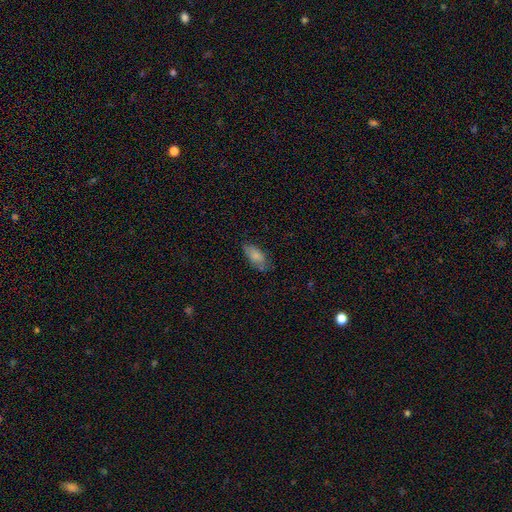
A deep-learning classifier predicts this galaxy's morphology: The model was most divided on "merging": none: 63%, minor disturbance: 27%, major disturbance: 7%, merger: 3%. More confident: how rounded — in between (87%); smooth or featured — smooth (79%).